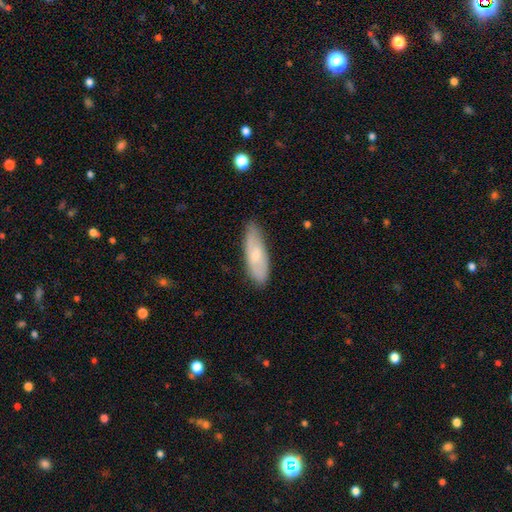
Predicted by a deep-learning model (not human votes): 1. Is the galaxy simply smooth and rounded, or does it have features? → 64% smooth, 30% featured or disk, 6% star or artifact.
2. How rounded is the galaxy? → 54% in between, 45% cigar-shaped, 2% round.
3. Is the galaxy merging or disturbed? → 79% none, 17% minor disturbance, 3% major disturbance, 1% merger.